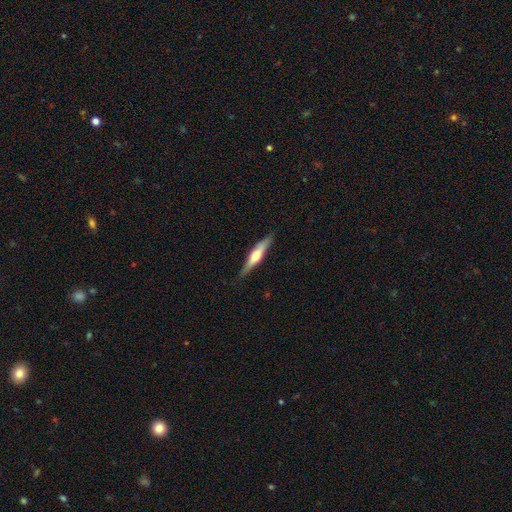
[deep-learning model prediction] Q: Smooth or featured?
A: featured or disk (58%); runner-up: smooth (36%)
Q: Edge-on disk?
A: yes (96%); runner-up: no (4%)
Q: Edge-on bulge?
A: rounded (81%); runner-up: boxy (13%)
Q: Merging?
A: none (86%); runner-up: minor disturbance (11%)